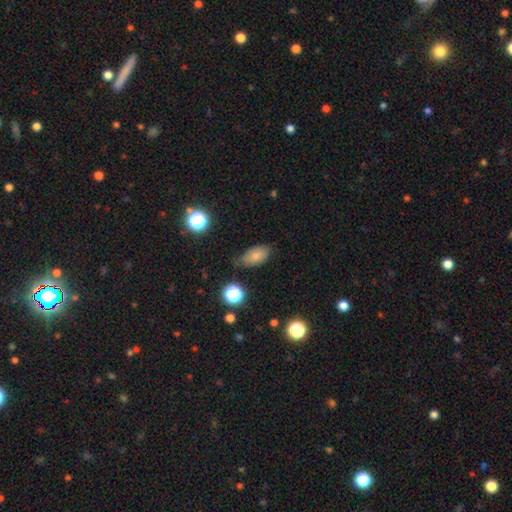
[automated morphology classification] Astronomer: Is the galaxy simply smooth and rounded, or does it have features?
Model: smooth — 77%.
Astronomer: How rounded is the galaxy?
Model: in between — 89%.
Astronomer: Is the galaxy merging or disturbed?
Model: none — 63%.